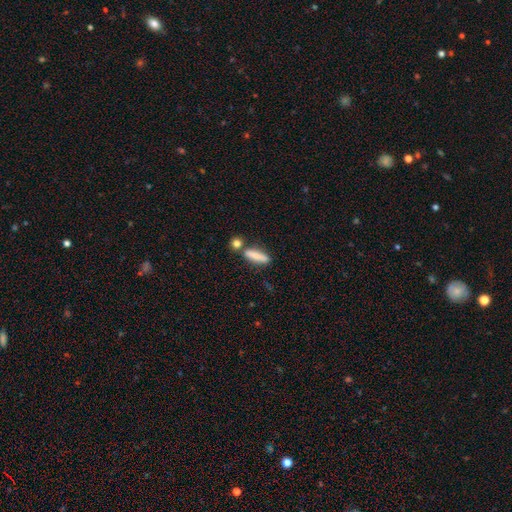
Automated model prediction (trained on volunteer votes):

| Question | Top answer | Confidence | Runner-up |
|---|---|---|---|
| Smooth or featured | smooth | 81% | featured or disk (12%) |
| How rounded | cigar-shaped | 69% | in between (27%) |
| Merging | none | 66% | merger (17%) |